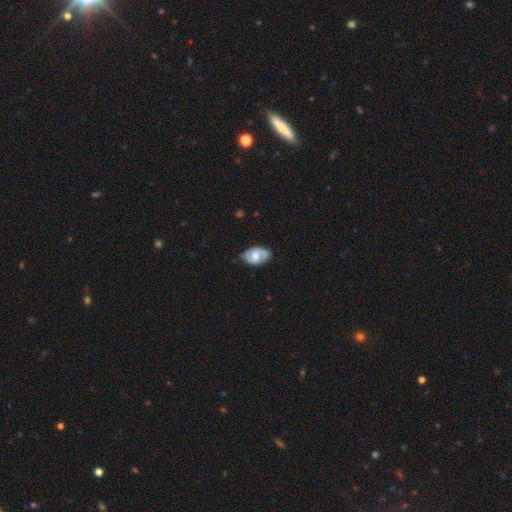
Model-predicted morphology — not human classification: A featured or disk galaxy (53%) with no bar (47%), spiral arms (74%) and a moderate central bulge (55%). Merging: none (72%).